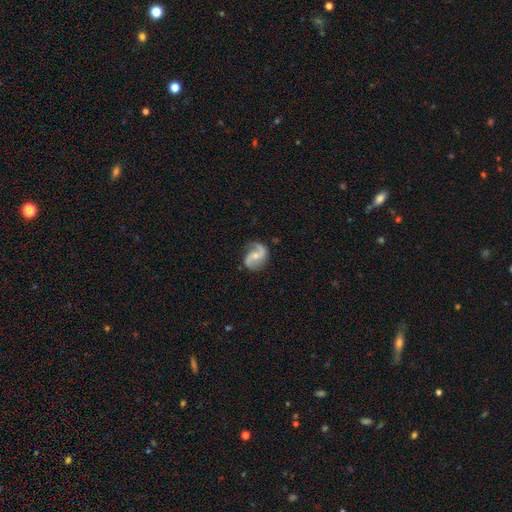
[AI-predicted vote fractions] Smooth or featured? Predicted: featured or disk (p=0.86). Edge-on disk? Predicted: no (p=0.98). Bar? Predicted: no (p=0.43). Spiral arms? Predicted: yes (p=0.96). Spiral winding? Predicted: loose (p=0.55). Spiral arm count? Predicted: 2 (p=0.91). Bulge size? Predicted: small (p=0.54). Merging? Predicted: none (p=0.74).